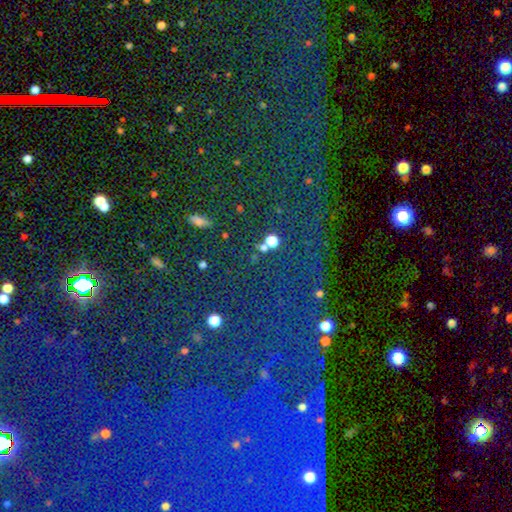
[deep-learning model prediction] Morphology: type=star or artifact (74%).